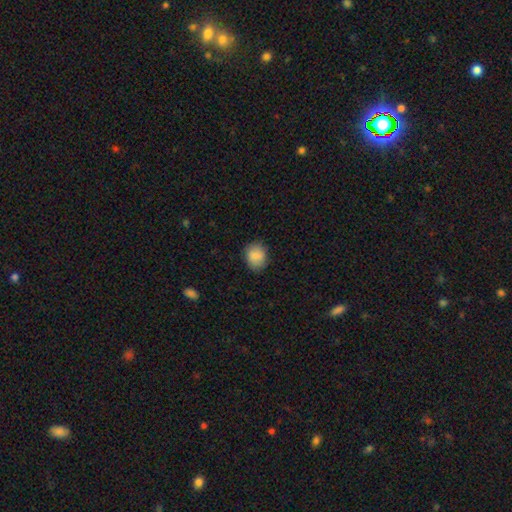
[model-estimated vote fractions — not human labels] Smooth or featured? smooth (87%)
How rounded? round (55%)
Merging? none (82%)